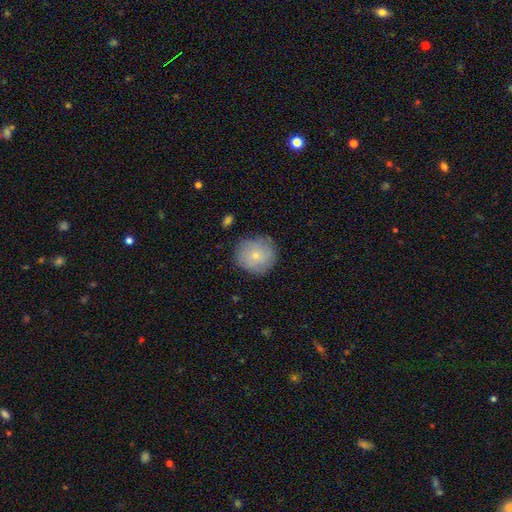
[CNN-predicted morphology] A smooth galaxy with no disk features (74%) that is round (92%). Merging: none (79%).